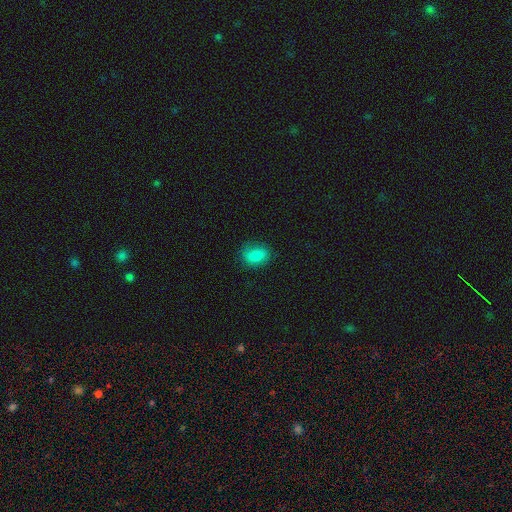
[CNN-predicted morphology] smooth_or_featured: smooth (p=0.83) [alt: star or artifact p=0.09]
how_rounded: in between (p=0.73) [alt: round p=0.25]
merging: none (p=0.76) [alt: minor disturbance p=0.18]